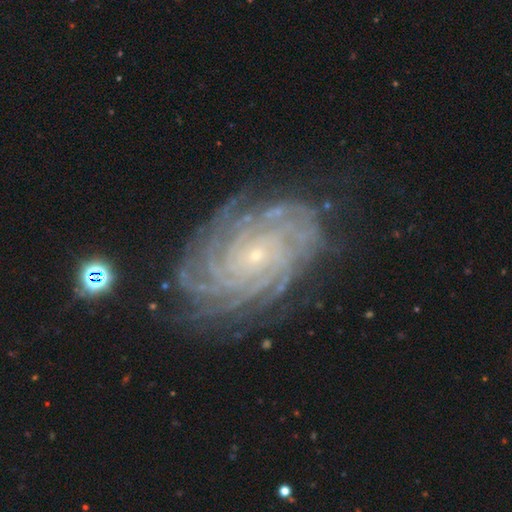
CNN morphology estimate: Smooth or featured? featured or disk (90%)
Edge-on disk? no (97%)
Bar? no (75%)
Spiral arms? yes (98%)
Spiral winding? tight (84%)
Spiral arm count? more than 4 (37%)
Bulge size? small (85%)
Merging? none (80%)